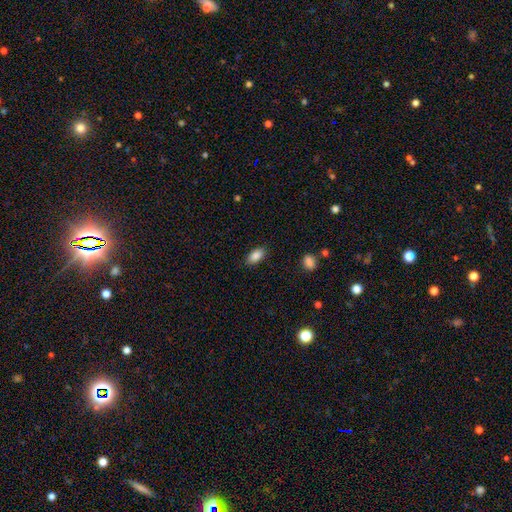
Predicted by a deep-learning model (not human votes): smooth_or_featured: smooth (p=0.87) [alt: star or artifact p=0.07]
how_rounded: in between (p=0.91) [alt: cigar-shaped p=0.05]
merging: none (p=0.86) [alt: minor disturbance p=0.10]